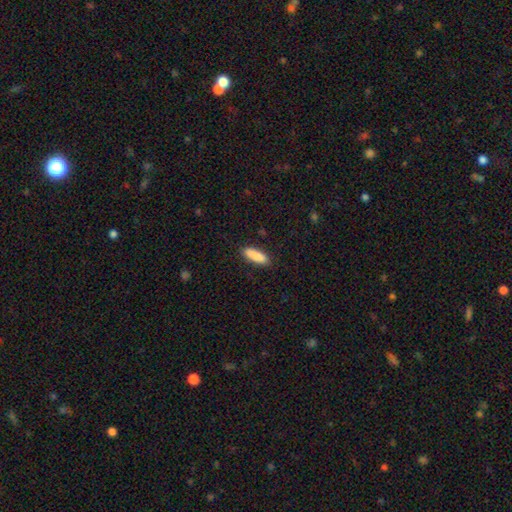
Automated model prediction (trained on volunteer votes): smooth-or-featured: smooth: 88% | star or artifact: 6% | featured or disk: 6%
  how-rounded: cigar-shaped: 52% | in between: 47% | round: 2%
  merging: none: 87% | minor disturbance: 10% | major disturbance: 2% | merger: 1%